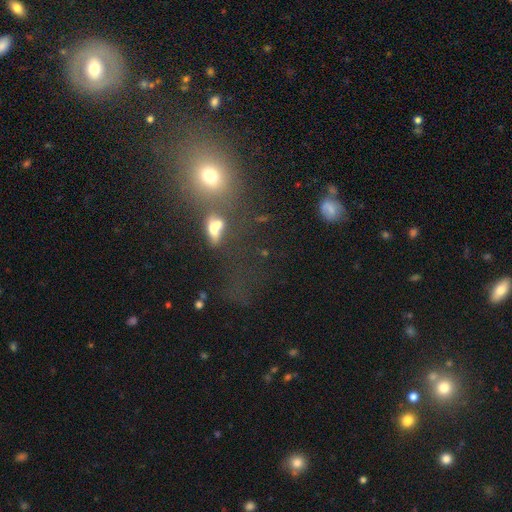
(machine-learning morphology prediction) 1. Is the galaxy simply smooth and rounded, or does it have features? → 46% smooth, 42% star or artifact, 12% featured or disk.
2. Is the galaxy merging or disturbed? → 56% none, 22% merger, 12% minor disturbance, 10% major disturbance.